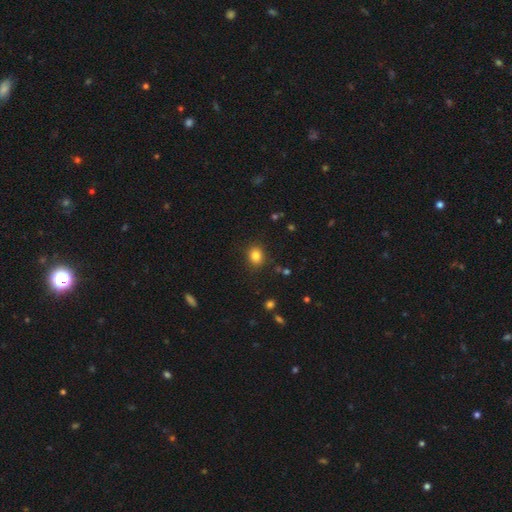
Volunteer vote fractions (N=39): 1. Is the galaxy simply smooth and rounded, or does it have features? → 90% smooth, 5% featured or disk, 5% star or artifact.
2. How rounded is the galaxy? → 74% round, 26% in between, 0% cigar-shaped.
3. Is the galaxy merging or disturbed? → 84% none, 14% minor disturbance, 3% major disturbance, 0% merger.